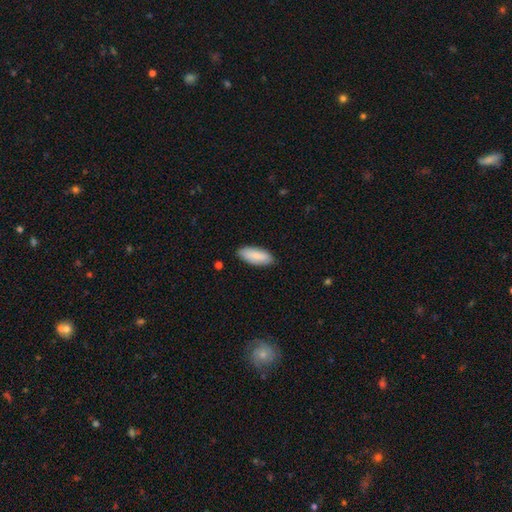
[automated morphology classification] A smooth galaxy with no disk features (85%) that is in between round and cigar-shaped (81%). Merging: none (86%).